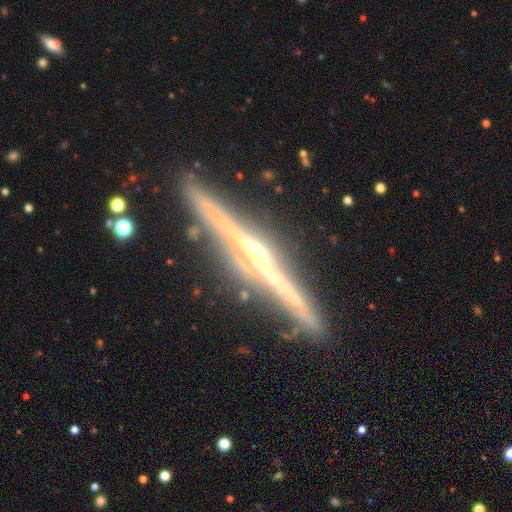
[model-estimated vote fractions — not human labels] Overall: featured or disk (88%). Edge-on disk: yes (98%). Edge-on bulge: rounded (80%). Merging: none (88%).